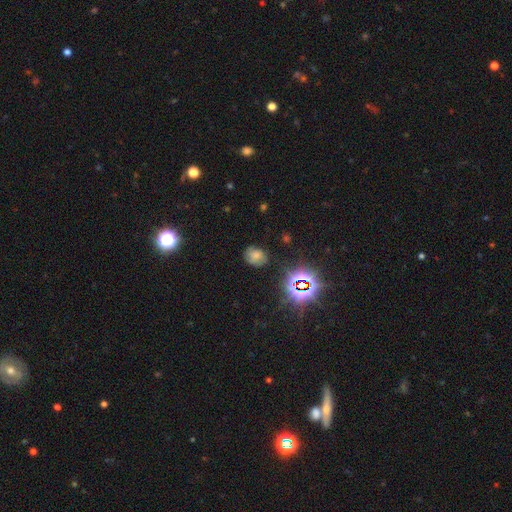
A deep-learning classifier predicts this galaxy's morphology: Smooth or featured? smooth (58%)
How rounded? in between (56%)
Merging? none (74%)